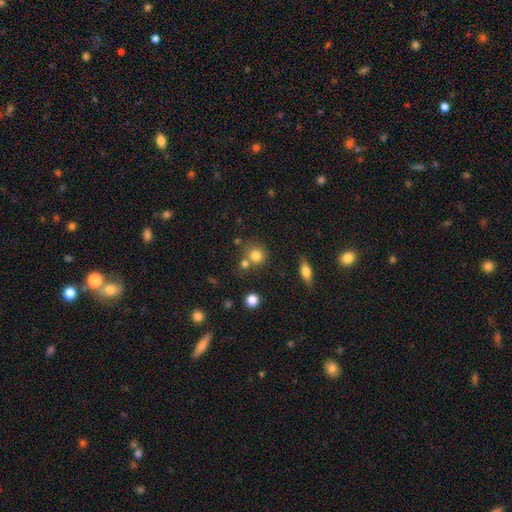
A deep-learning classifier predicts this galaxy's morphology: A smooth galaxy with no disk features (79%) that is round (87%). Merging: none (62%).